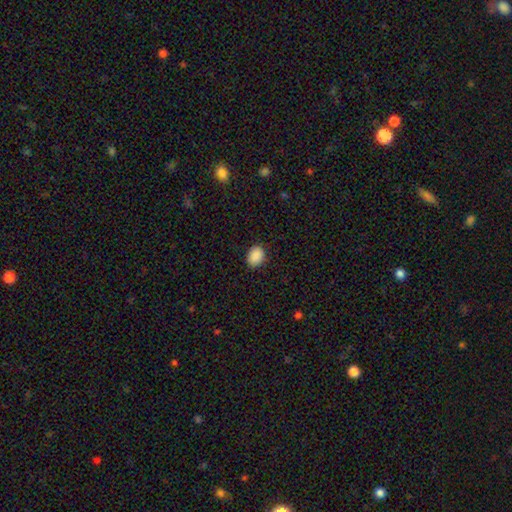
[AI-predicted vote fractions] Smooth or featured? Predicted: smooth (p=0.90). How rounded? Predicted: in between (p=0.65). Merging? Predicted: none (p=0.87).